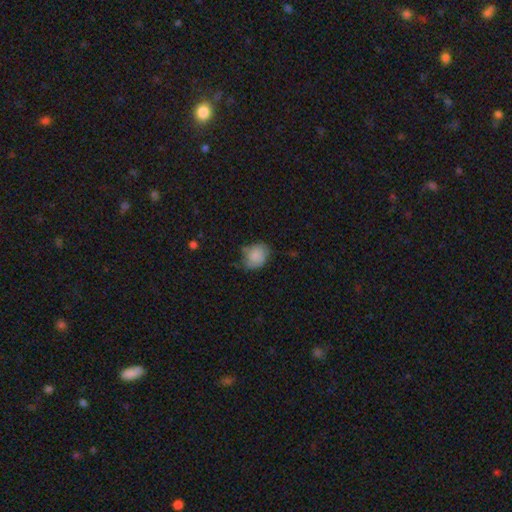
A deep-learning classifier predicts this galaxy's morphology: This is clearly a smooth galaxy (84%). How rounded: possibly round (50%). Merging: possibly none (59%).